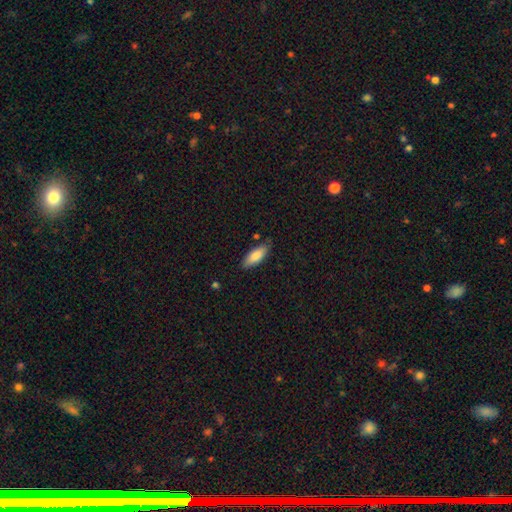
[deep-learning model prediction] A smooth galaxy with no disk features (84%) that is in between round and cigar-shaped (68%).

Vote fractions:
- Smooth or featured? smooth: 84% / featured or disk: 10% / star or artifact: 6%
- How rounded? in between: 68% / cigar-shaped: 31% / round: 2%
- Merging? none: 81% / minor disturbance: 14% / major disturbance: 3% / merger: 2%